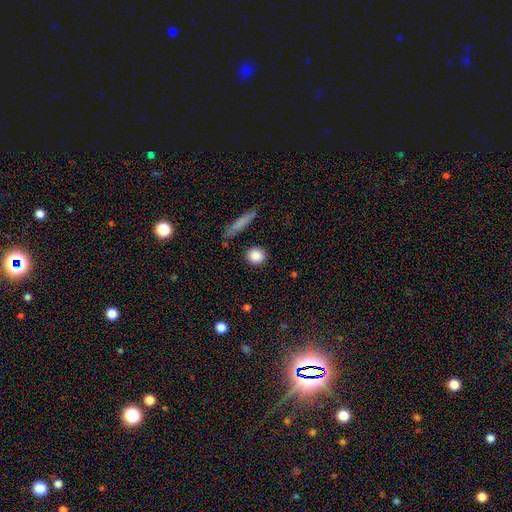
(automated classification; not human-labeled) This appears to be a smooth galaxy with no disk features (86%) that is round (84%). Merging: none (87%).